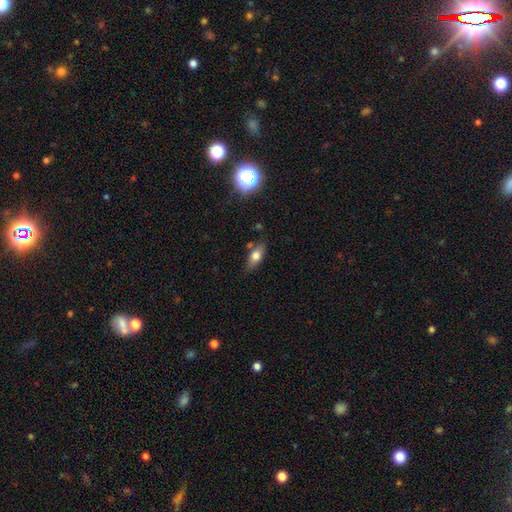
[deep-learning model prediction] Smooth or featured?
  - smooth: 70% *
  - featured or disk: 21%
  - star or artifact: 9%
How rounded?
  - in between: 78% *
  - cigar-shaped: 17%
  - round: 5%
Merging?
  - none: 74% *
  - minor disturbance: 16%
  - merger: 6%
  - major disturbance: 4%